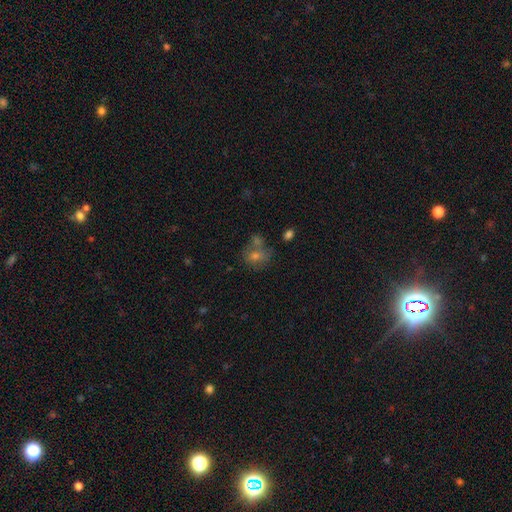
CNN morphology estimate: Smooth or featured? Predicted: smooth (p=0.57). How rounded? Predicted: round (p=0.67). Merging? Predicted: none (p=0.56).